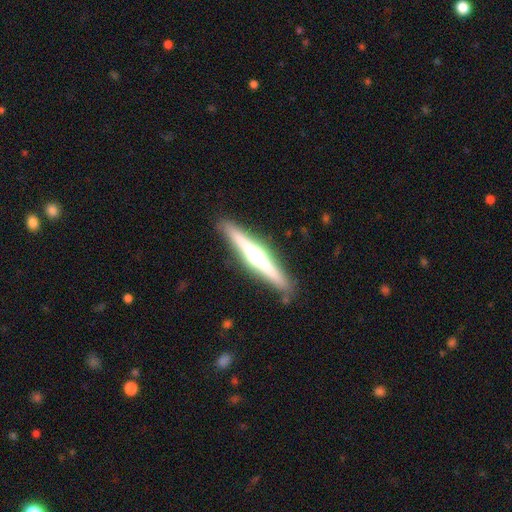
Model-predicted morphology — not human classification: Overall: featured or disk (75%). Edge-on disk: yes (98%). Edge-on bulge: rounded (87%). Merging: none (90%).